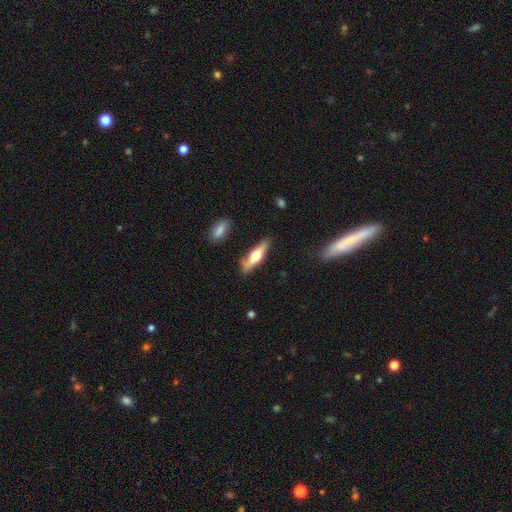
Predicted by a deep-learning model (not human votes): Q: Smooth or featured?
A: smooth (48%); runner-up: featured or disk (47%)
Q: Merging?
A: none (77%); runner-up: minor disturbance (16%)